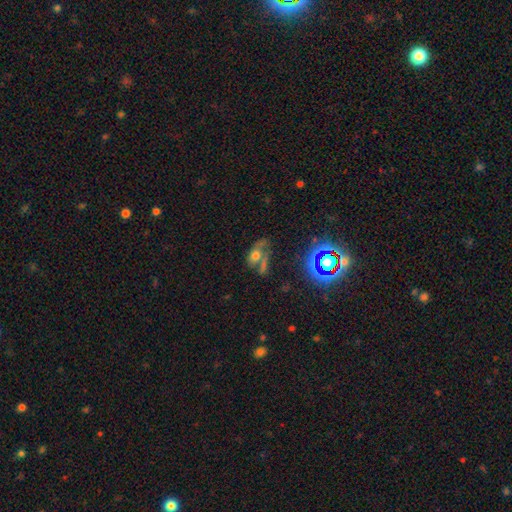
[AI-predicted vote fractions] Smooth or featured: smooth — 46% (featured or disk — 32%)
Merging: none — 35% (major disturbance — 23%)